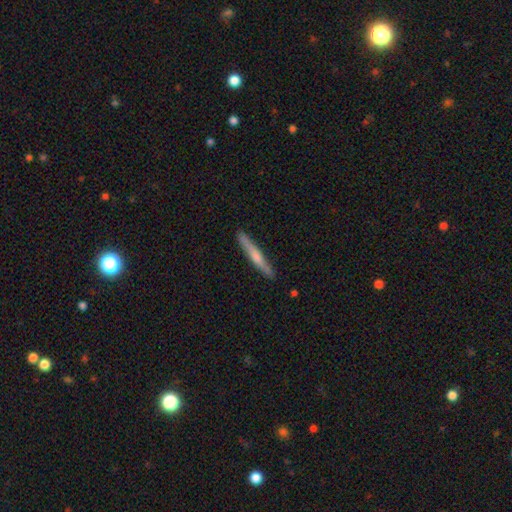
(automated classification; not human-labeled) smooth-or-featured: smooth: 47% (tied) | featured or disk: 47% (tied) | star or artifact: 6%
  merging: none: 89% | minor disturbance: 9% | major disturbance: 1% | merger: 1%